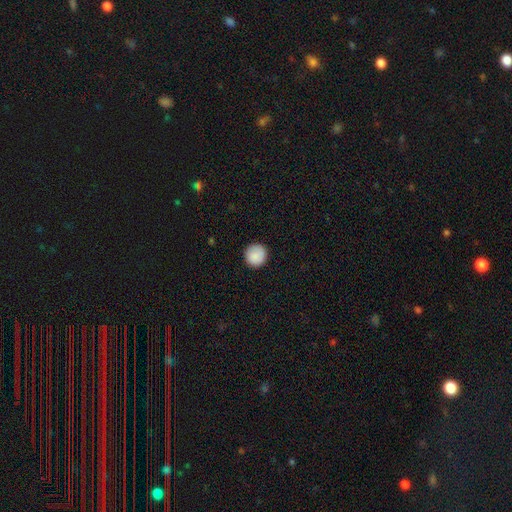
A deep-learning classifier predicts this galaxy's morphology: The model was most divided on "smooth or featured": smooth: 89%, star or artifact: 7%, featured or disk: 4%. More confident: how rounded — round (95%); merging — none (90%).